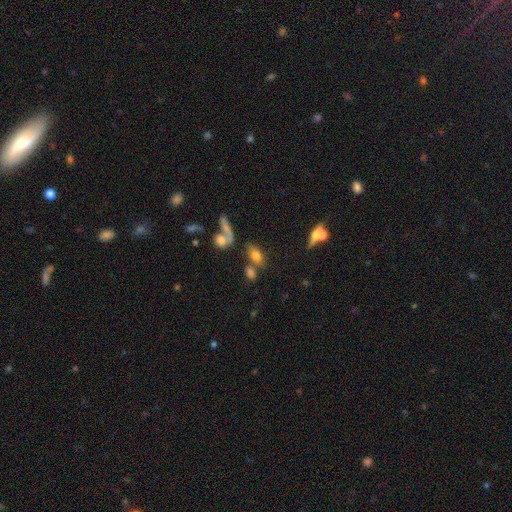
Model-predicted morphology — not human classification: A smooth galaxy with no disk features (70%) that is in between round and cigar-shaped (84%). Merging: none (55%).